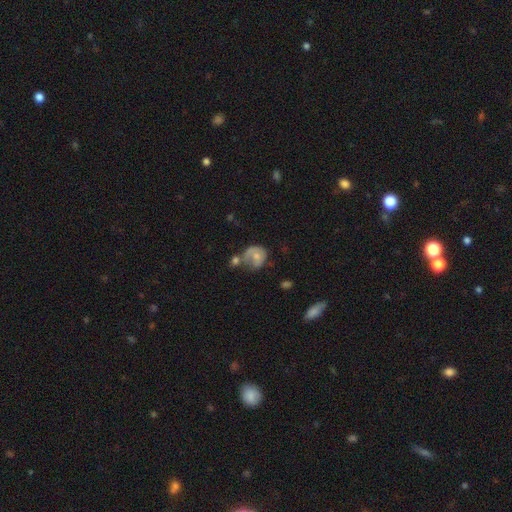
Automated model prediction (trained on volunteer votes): smooth 55%, featured or disk 36%, star or artifact 9%. Down the decision tree: how rounded — round (60%); merging — none (28%, tied with merger).